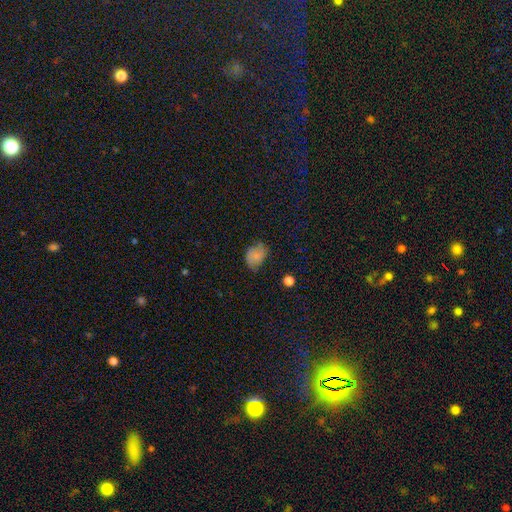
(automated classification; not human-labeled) The model was most divided on "merging": none: 53%, minor disturbance: 33%, major disturbance: 11%, merger: 2%. More confident: smooth or featured — smooth (69%); how rounded — in between (63%).